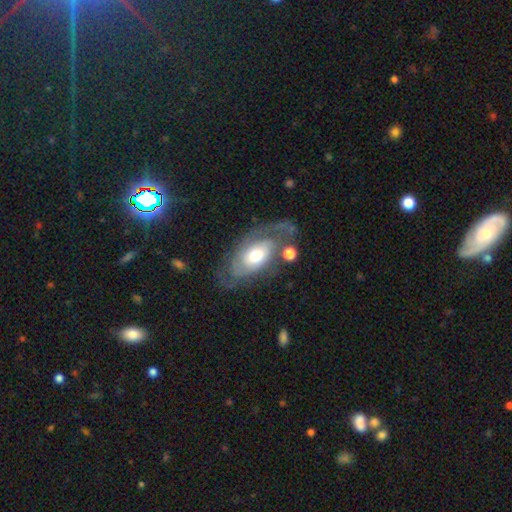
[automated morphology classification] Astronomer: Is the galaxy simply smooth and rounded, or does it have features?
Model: featured or disk — 72%.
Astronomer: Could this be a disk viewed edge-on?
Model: no — 92%.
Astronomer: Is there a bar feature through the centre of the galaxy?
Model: no — 72%.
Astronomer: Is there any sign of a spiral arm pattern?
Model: yes — 84%.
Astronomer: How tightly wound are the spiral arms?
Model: tight — 48% (runner-up: medium, 36%).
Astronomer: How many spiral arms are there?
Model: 2 — 46% (runner-up: can't tell, 34%).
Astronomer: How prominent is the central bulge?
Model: moderate — 63%.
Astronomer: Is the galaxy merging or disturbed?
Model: none — 55%.